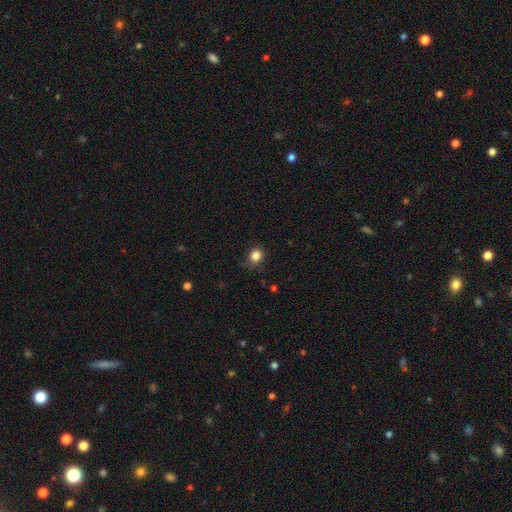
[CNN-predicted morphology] smooth-or-featured: smooth: 84% | star or artifact: 12% | featured or disk: 4%
  how-rounded: round: 82% | in between: 17% | cigar-shaped: 1%
  merging: none: 79% | minor disturbance: 16% | major disturbance: 4% | merger: 1%